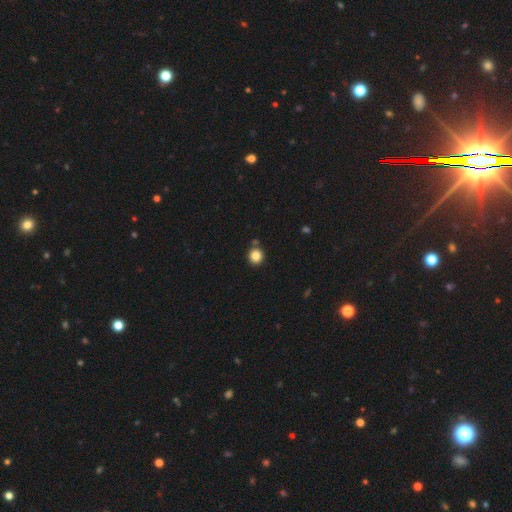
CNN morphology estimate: The model was most divided on "smooth or featured": smooth: 84%, star or artifact: 11%, featured or disk: 5%. More confident: how rounded — round (90%); merging — none (84%).